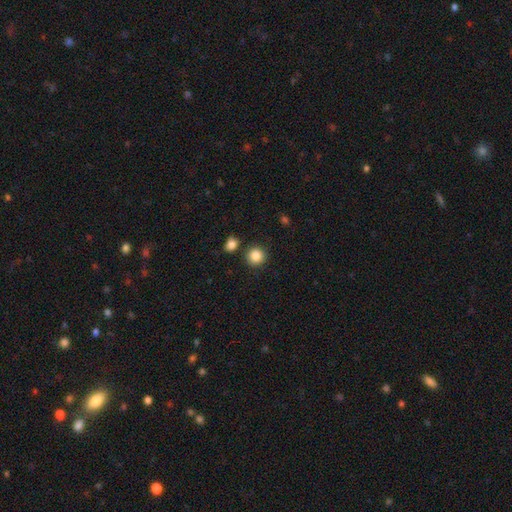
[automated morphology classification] This is clearly a smooth galaxy (86%). How rounded: clearly round (90%). Merging: clearly none (84%).